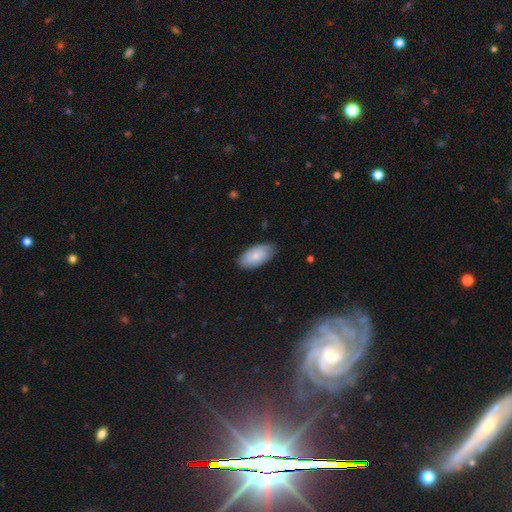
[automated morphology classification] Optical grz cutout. It shows a smooth galaxy with no disk features (72%) that is in between round and cigar-shaped (94%). Merging: none (80%).